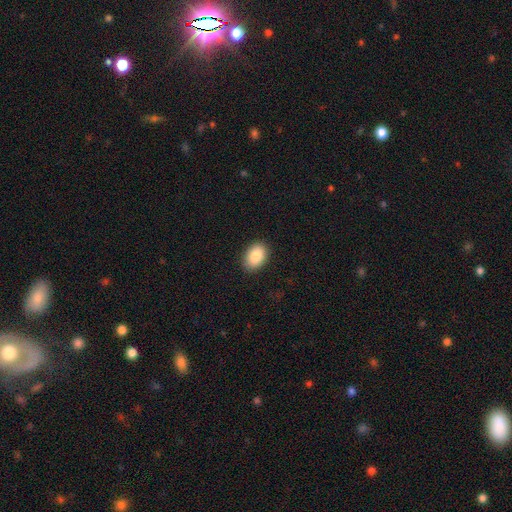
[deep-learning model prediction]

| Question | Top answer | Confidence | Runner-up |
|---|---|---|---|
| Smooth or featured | smooth | 87% | star or artifact (7%) |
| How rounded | in between | 85% | round (14%) |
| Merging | none | 88% | minor disturbance (9%) |